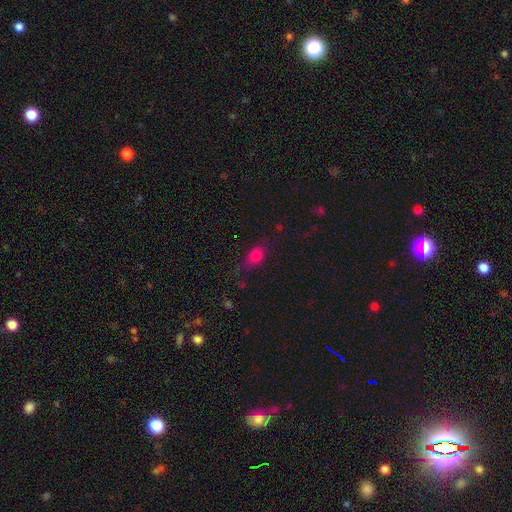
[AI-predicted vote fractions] smooth_or_featured: smooth (p=0.75) [alt: star or artifact p=0.14]
how_rounded: in between (p=0.72) [alt: round p=0.20]
merging: none (p=0.61) [alt: minor disturbance p=0.25]